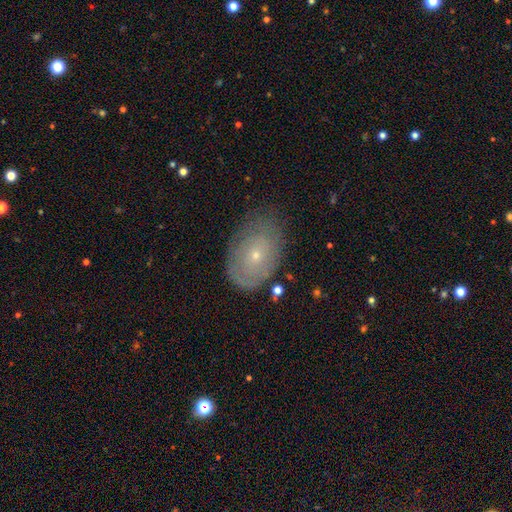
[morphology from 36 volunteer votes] Smooth or featured: featured or disk — 64% (smooth — 36%)
Edge-on disk: no — 100%
Bar: no — 74% (weak — 22%)
Spiral arms: yes — 65% (no — 35%)
Spiral winding: tight — 67% (medium — 20%)
Spiral arm count: can't tell — 47% (2 — 27%)
Bulge size: small — 78% (moderate — 17%)
Merging: none — 61% (minor disturbance — 31%)